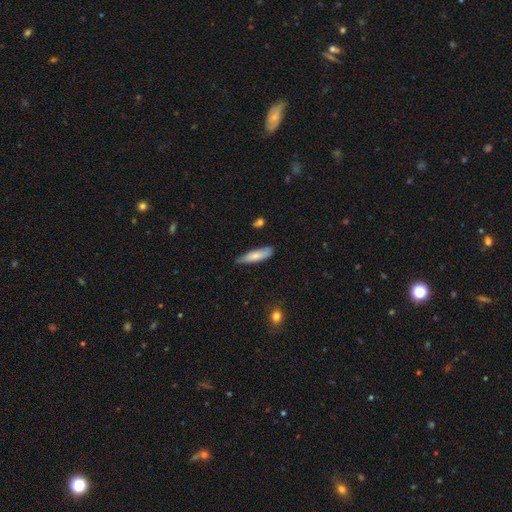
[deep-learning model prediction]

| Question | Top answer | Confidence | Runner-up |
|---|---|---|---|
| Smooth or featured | smooth | 76% | featured or disk (19%) |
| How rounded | cigar-shaped | 63% | in between (35%) |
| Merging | none | 71% | minor disturbance (25%) |